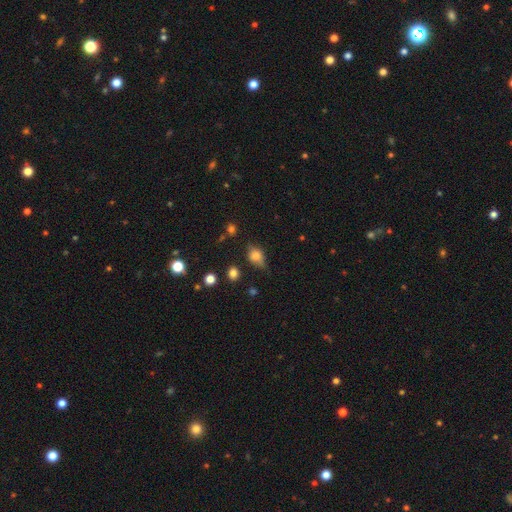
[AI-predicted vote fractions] This appears to be a smooth galaxy with no disk features (73%) that is in between round and cigar-shaped (65%). Merging: none (60%).